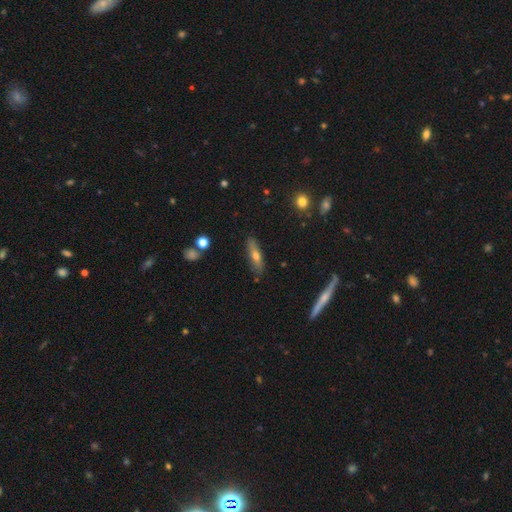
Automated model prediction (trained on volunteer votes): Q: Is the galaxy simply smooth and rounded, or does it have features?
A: smooth — 53%.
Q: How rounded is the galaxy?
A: cigar-shaped — 67%.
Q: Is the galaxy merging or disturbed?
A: none — 83%.